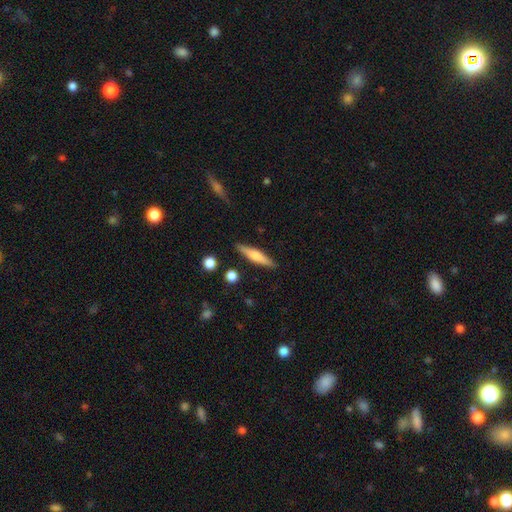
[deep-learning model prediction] Smooth or featured?
  - smooth: 53% *
  - featured or disk: 41%
  - star or artifact: 6%
How rounded?
  - cigar-shaped: 85% *
  - in between: 13%
  - round: 2%
Merging?
  - none: 88% *
  - minor disturbance: 8%
  - merger: 2%
  - major disturbance: 2%